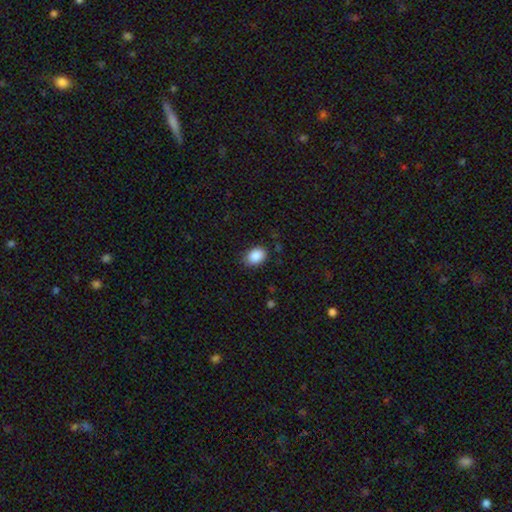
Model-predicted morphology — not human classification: A smooth galaxy with no disk features (88%) that is in between round and cigar-shaped (77%).

Vote fractions:
- Smooth or featured? smooth: 88% / star or artifact: 8% / featured or disk: 4%
- How rounded? in between: 77% / round: 23% / cigar-shaped: 1%
- Merging? none: 83% / minor disturbance: 13% / major disturbance: 3% / merger: 1%